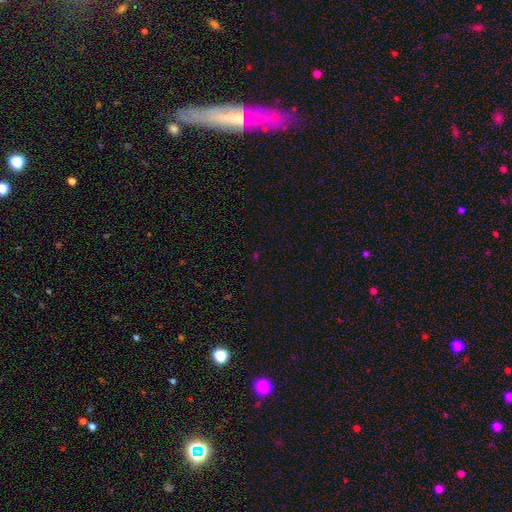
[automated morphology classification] Smooth or featured: star or artifact — 62% (smooth — 31%)